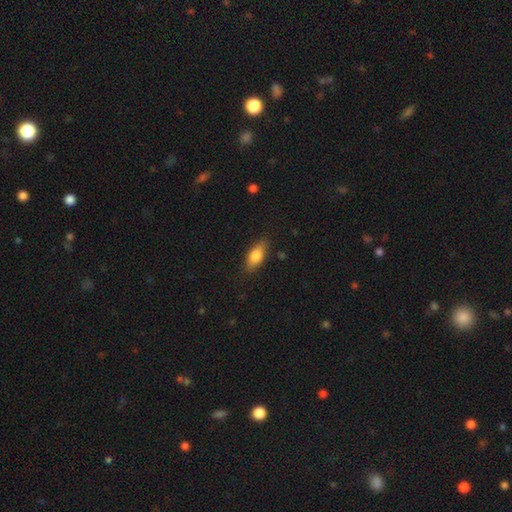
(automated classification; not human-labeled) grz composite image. It shows a smooth galaxy with no disk features (78%) that is in between round and cigar-shaped (81%). Merging: none (83%).